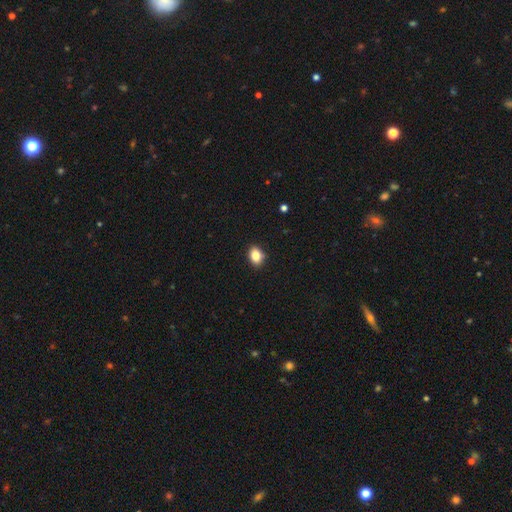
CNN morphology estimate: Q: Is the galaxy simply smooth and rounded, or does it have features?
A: smooth — 85%.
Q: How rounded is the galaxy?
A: in between — 71%.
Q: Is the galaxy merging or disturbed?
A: none — 89%.